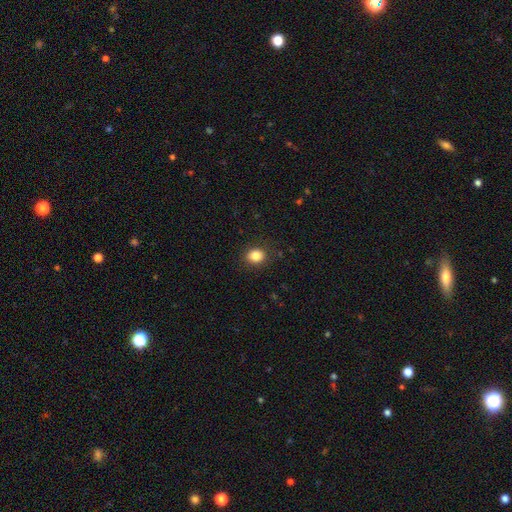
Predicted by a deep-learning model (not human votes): smooth-or-featured: smooth: 84% | star or artifact: 10% | featured or disk: 5%
  how-rounded: round: 66% | in between: 33% | cigar-shaped: 1%
  merging: none: 88% | minor disturbance: 9% | major disturbance: 3% | merger: 1%